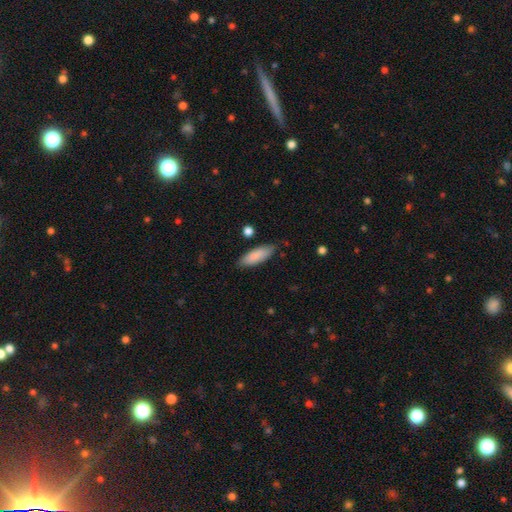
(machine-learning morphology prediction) This is clearly a smooth galaxy (85%). How rounded: likely in between (65%). Merging: clearly none (81%).